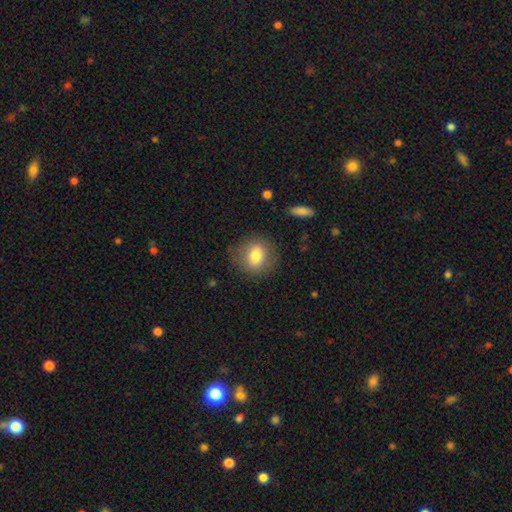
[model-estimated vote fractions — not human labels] Smooth or featured? smooth (78%)
How rounded? round (76%)
Merging? none (82%)